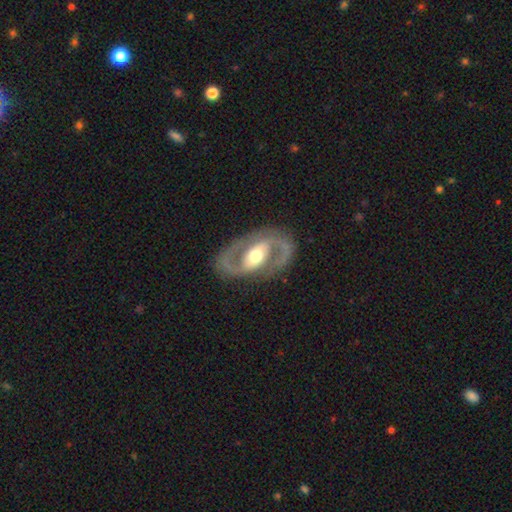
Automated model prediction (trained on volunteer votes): Smooth or featured? featured or disk (89%)
Edge-on disk? no (96%)
Bar? weak (36%)
Spiral arms? yes (91%)
Spiral winding? medium (57%)
Spiral arm count? 2 (93%)
Bulge size? moderate (69%)
Merging? none (84%)